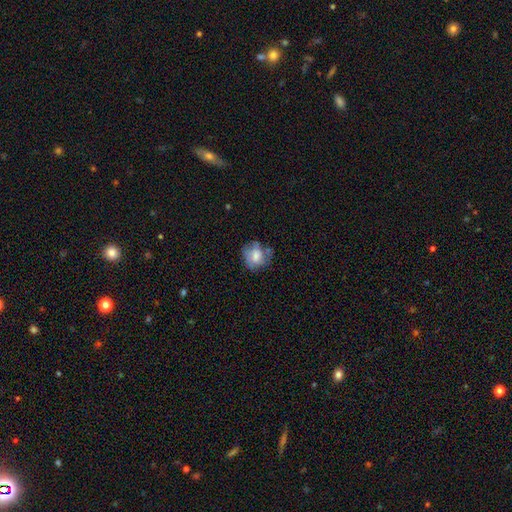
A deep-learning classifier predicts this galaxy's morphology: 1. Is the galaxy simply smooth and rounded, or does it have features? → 64% smooth, 27% featured or disk, 9% star or artifact.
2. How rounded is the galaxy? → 65% round, 34% in between, 1% cigar-shaped.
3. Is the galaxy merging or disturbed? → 51% none, 28% minor disturbance, 14% major disturbance, 7% merger.